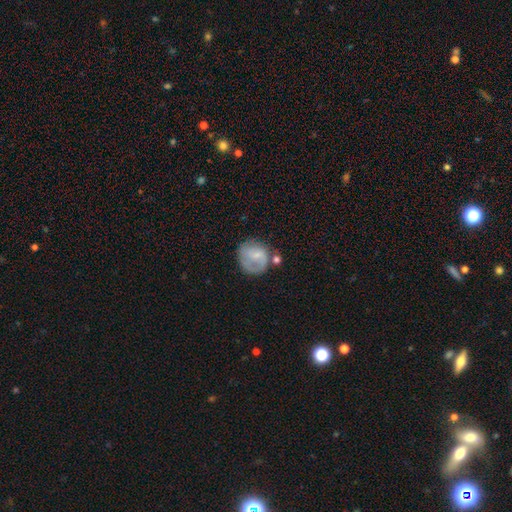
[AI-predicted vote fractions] Smooth or featured? smooth (55%)
How rounded? round (76%)
Merging? none (48%)